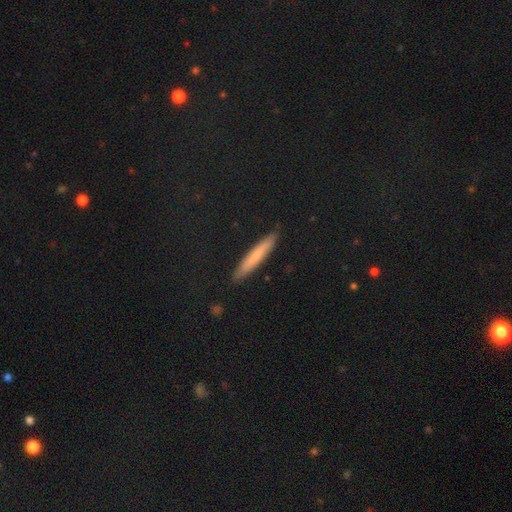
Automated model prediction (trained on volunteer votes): Smooth or featured? Predicted: smooth (p=0.66). How rounded? Predicted: cigar-shaped (p=0.94). Merging? Predicted: none (p=0.90).